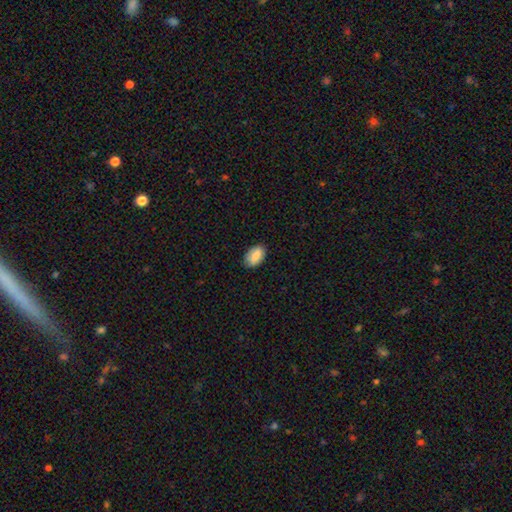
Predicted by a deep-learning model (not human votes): Smooth or featured: smooth — 80% (featured or disk — 13%)
How rounded: in between — 93% (round — 5%)
Merging: none — 85% (minor disturbance — 12%)